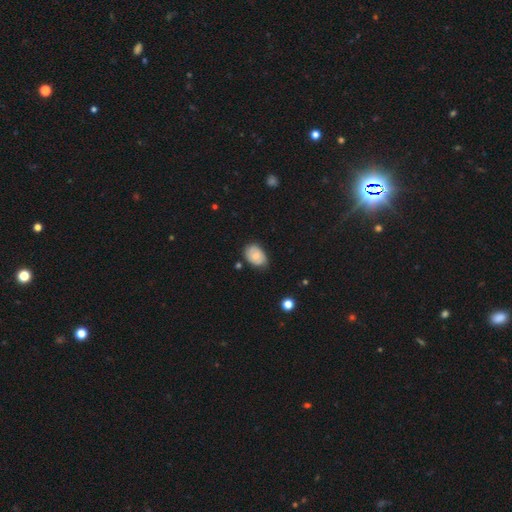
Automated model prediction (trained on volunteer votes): smooth 57%, featured or disk 35%, star or artifact 8%. Down the decision tree: how rounded — in between (77%); merging — none (66%).